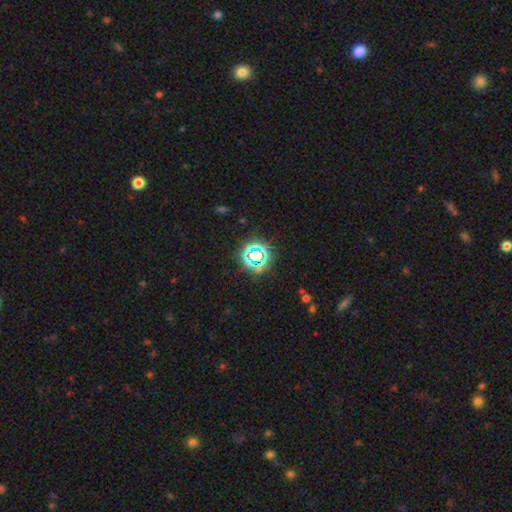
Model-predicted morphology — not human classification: Smooth or featured?
  - star or artifact: 72% *
  - smooth: 18%
  - featured or disk: 10%